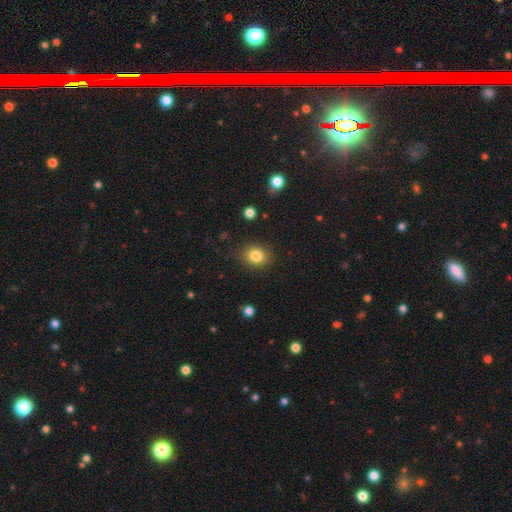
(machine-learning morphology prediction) The model was most divided on "how rounded": round: 60%, in between: 39%, cigar-shaped: 1%. More confident: merging — none (86%); smooth or featured — smooth (83%).